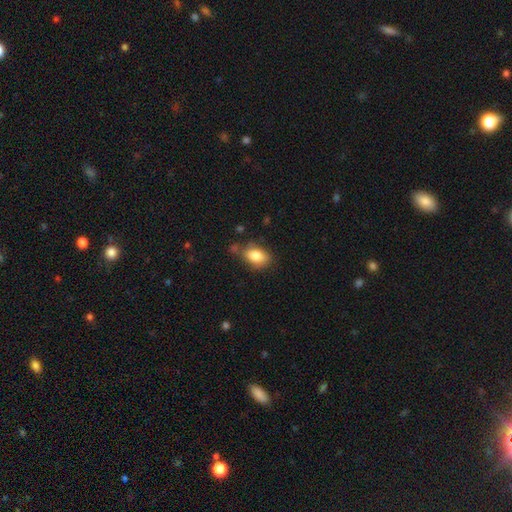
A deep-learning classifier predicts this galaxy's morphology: type=smooth (84%); roundness=in between (85%); merging=none (67%).